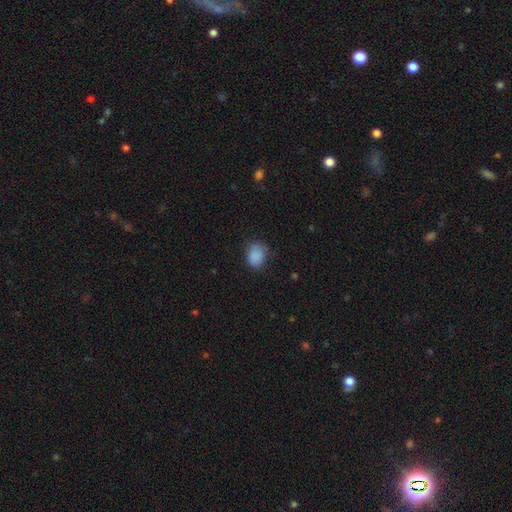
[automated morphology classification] type=smooth (87%); roundness=in between (58%); merging=none (75%).